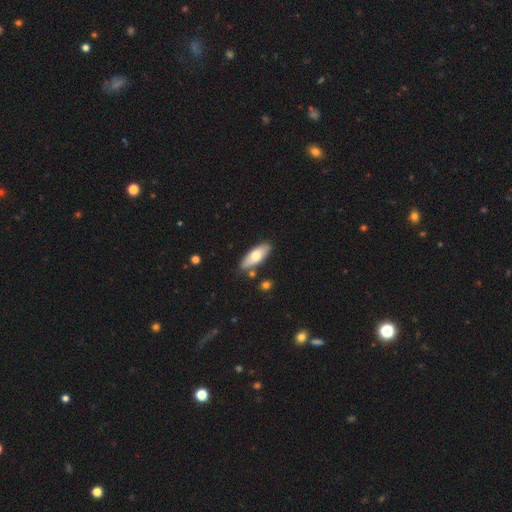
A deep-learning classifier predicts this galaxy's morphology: A smooth galaxy with no disk features (66%) that is in between round and cigar-shaped (73%). Merging: none (80%).